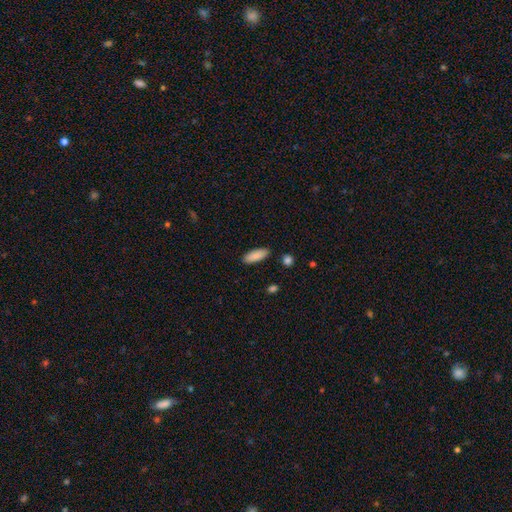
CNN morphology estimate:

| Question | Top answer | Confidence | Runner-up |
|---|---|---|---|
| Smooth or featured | smooth | 89% | star or artifact (6%) |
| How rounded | in between | 71% | cigar-shaped (27%) |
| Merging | none | 87% | minor disturbance (9%) |